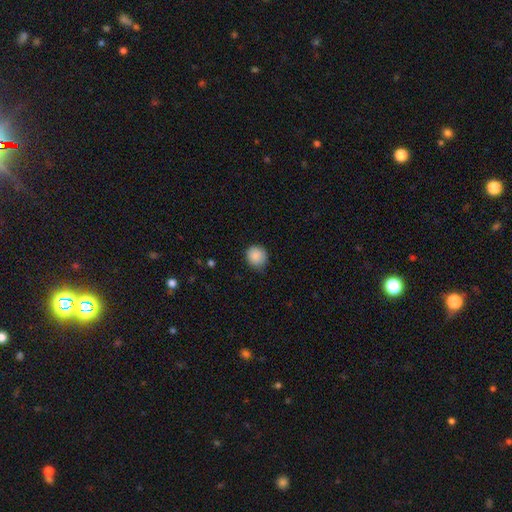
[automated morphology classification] Smooth or featured: smooth — 88% (star or artifact — 8%)
How rounded: round — 84% (in between — 15%)
Merging: none — 78% (minor disturbance — 18%)